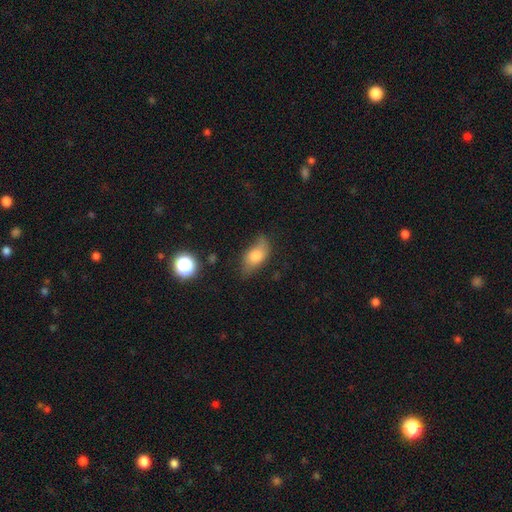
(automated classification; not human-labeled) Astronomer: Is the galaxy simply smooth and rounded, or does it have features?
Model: smooth — 71%.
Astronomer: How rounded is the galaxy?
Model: in between — 87%.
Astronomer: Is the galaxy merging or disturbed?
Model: none — 58%.